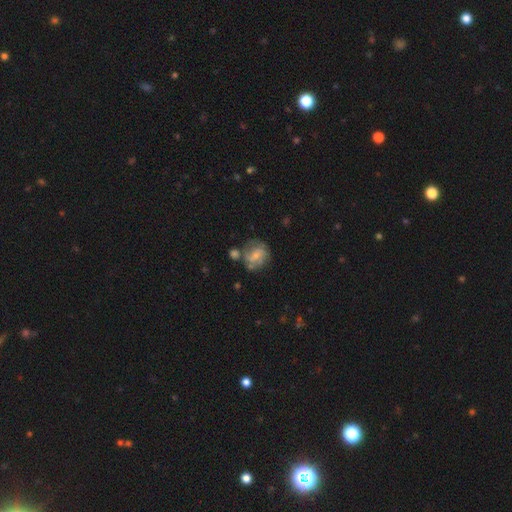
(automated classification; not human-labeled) featured or disk 55%, smooth 37%, star or artifact 8%. Down the decision tree: edge-on disk — no (97%); bar — no (53%); spiral arms — yes (75%); bulge size — small (58%); merging — none (51%).